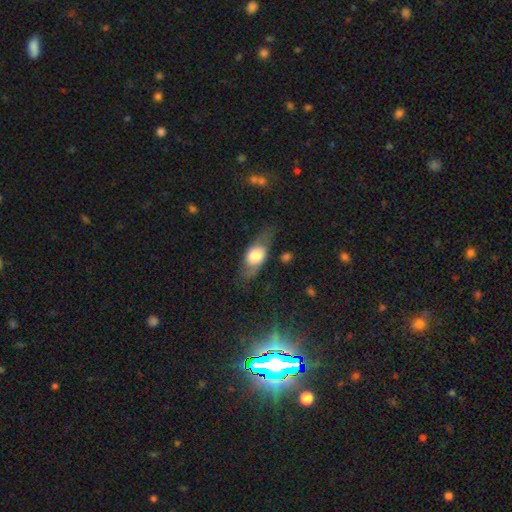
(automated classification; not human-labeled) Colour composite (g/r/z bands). It shows a smooth galaxy with no disk features (60%) that is in between round and cigar-shaped (74%). Merging: none (65%).